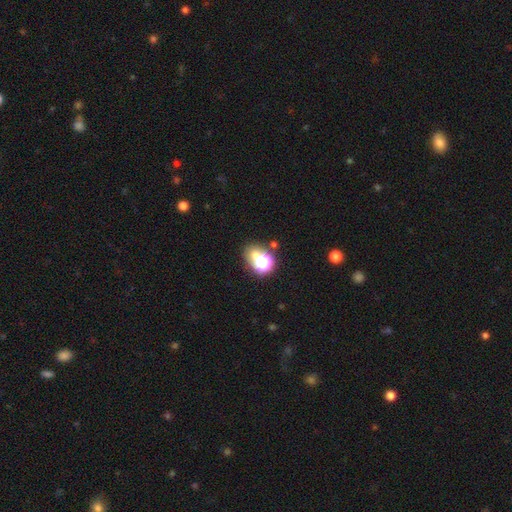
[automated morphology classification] type=smooth (50%); roundness=round (62%); merging=none (57%).